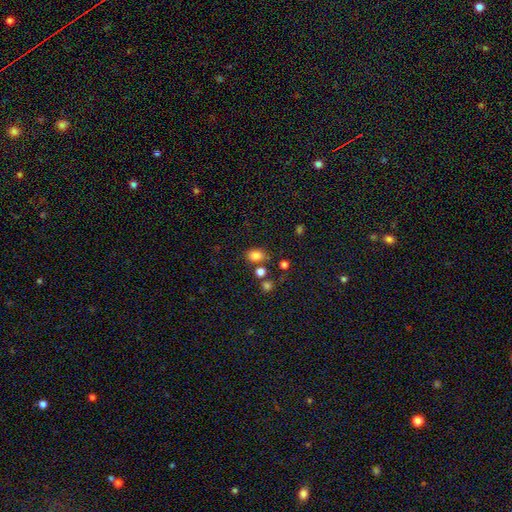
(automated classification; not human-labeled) Morphology: type=smooth (82%); roundness=in between (72%); merging=none (74%).